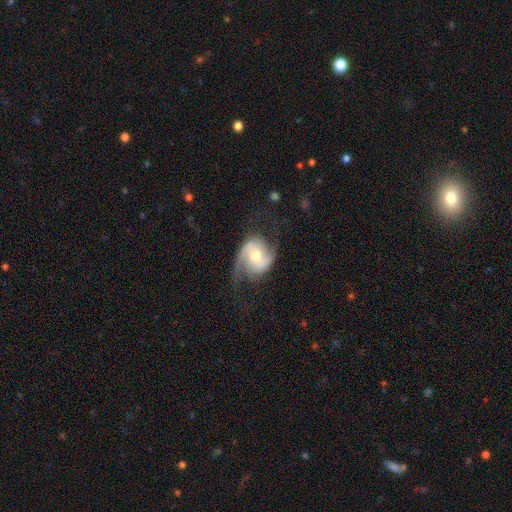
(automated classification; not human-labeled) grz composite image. It shows a featured or disk galaxy (83%) with no bar (50%), 2 (87%) medium (44%) spiral arms (95%) and a moderate central bulge (65%). Merging: none (66%).